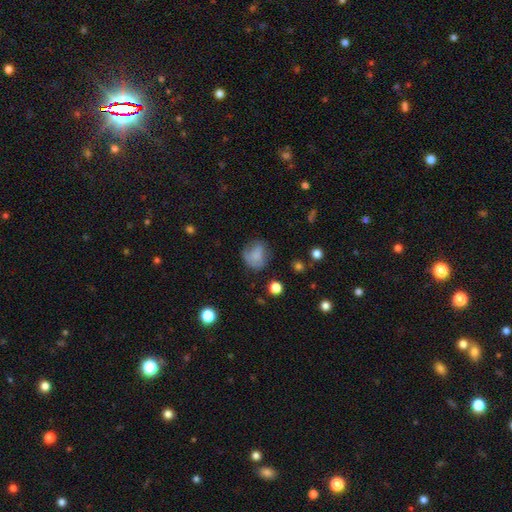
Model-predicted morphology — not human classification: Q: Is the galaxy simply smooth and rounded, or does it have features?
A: smooth — 69%.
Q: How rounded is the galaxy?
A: round — 70%.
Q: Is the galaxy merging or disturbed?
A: none — 54%.